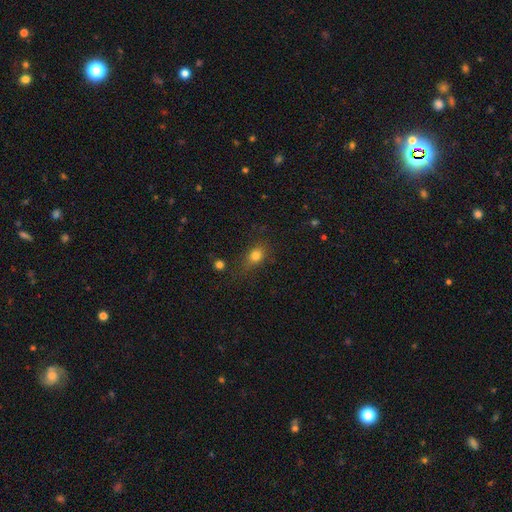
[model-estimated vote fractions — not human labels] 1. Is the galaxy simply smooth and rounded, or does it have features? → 78% smooth, 14% star or artifact, 9% featured or disk.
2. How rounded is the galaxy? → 50% in between, 46% round, 3% cigar-shaped.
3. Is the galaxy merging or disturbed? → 71% none, 18% minor disturbance, 7% major disturbance, 3% merger.